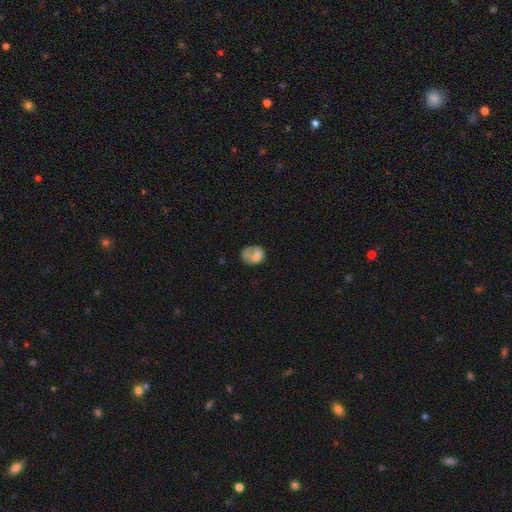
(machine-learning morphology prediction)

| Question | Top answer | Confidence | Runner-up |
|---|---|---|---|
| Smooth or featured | smooth | 64% | featured or disk (27%) |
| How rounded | round | 52% | in between (47%) |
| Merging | none | 38% | major disturbance (30%) |